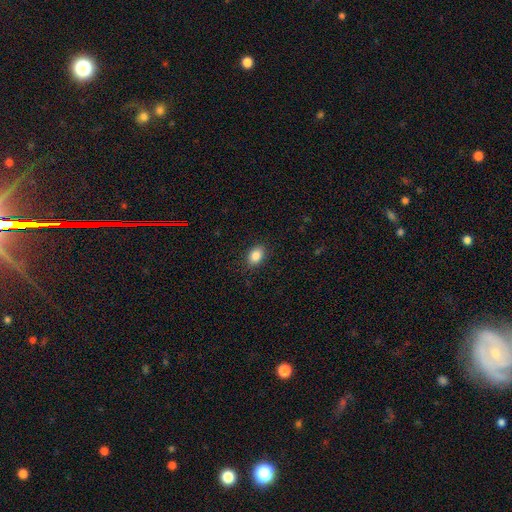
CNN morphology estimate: smooth_or_featured: smooth (p=0.86) [alt: star or artifact p=0.09]
how_rounded: in between (p=0.80) [alt: round p=0.19]
merging: none (p=0.87) [alt: minor disturbance p=0.10]